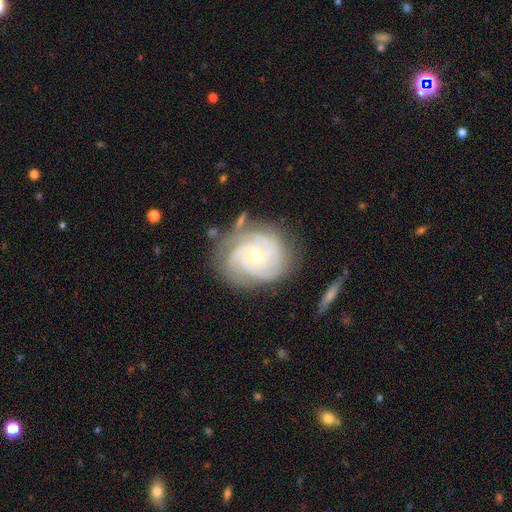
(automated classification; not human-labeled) smooth_or_featured: featured or disk (p=0.87) [alt: smooth p=0.08]
disk_edge_on: no (p=0.98) [alt: yes p=0.02]
bar: no (p=0.75) [alt: weak p=0.21]
has_spiral_arms: yes (p=0.97) [alt: no p=0.03]
spiral_winding: tight (p=0.77) [alt: medium p=0.20]
spiral_arm_count: 3 (p=0.37) [alt: 4 p=0.23]
bulge_size: small (p=0.52) [alt: moderate p=0.45]
merging: none (p=0.71) [alt: minor disturbance p=0.19]